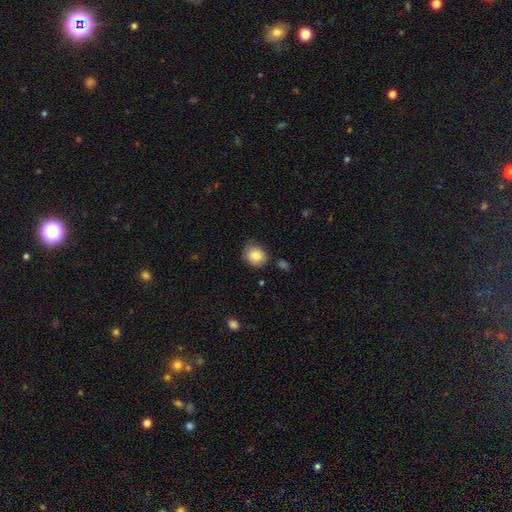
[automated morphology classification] Smooth or featured? Predicted: smooth (p=0.85). How rounded? Predicted: round (p=0.75). Merging? Predicted: none (p=0.69).